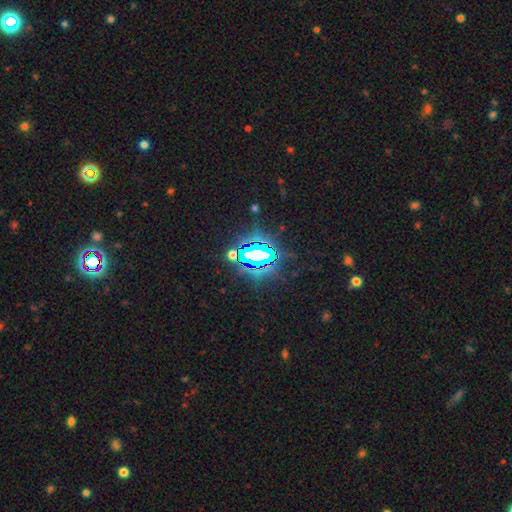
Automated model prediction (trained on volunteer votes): Smooth or featured?
  - star or artifact: 76% *
  - smooth: 12%
  - featured or disk: 12%